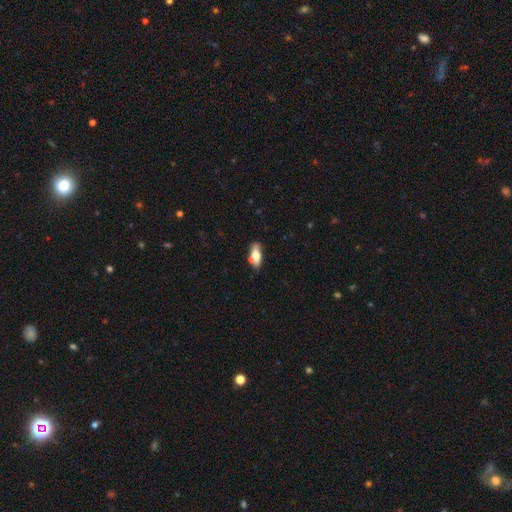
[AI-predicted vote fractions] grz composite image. It shows a smooth galaxy with no disk features (66%) that is in between round and cigar-shaped (82%). Merging: none (66%).